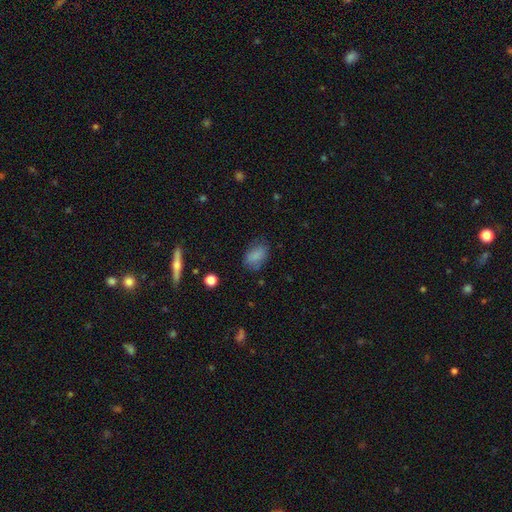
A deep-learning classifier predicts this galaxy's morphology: This is clearly a smooth galaxy (82%). How rounded: clearly in between (87%). Merging: likely none (69%).